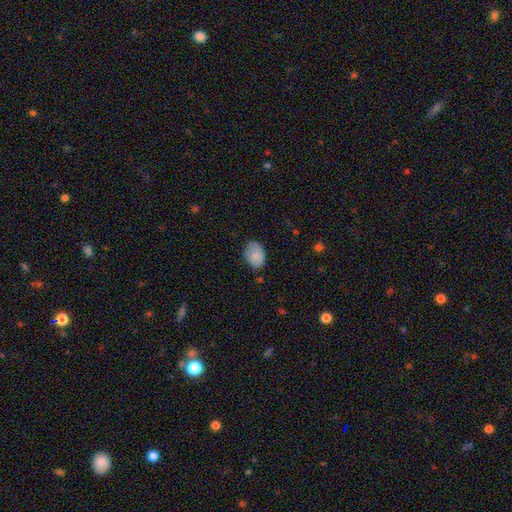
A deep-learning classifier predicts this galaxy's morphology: A smooth galaxy with no disk features (83%) that is in between round and cigar-shaped (75%). Merging: none (64%).